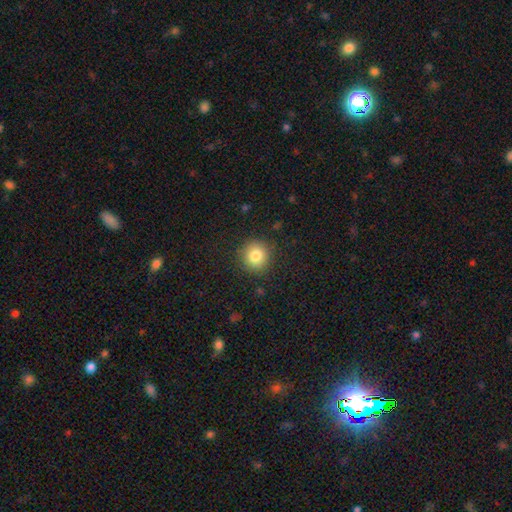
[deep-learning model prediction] This is clearly a smooth galaxy (83%). How rounded: clearly round (91%). Merging: clearly none (89%).